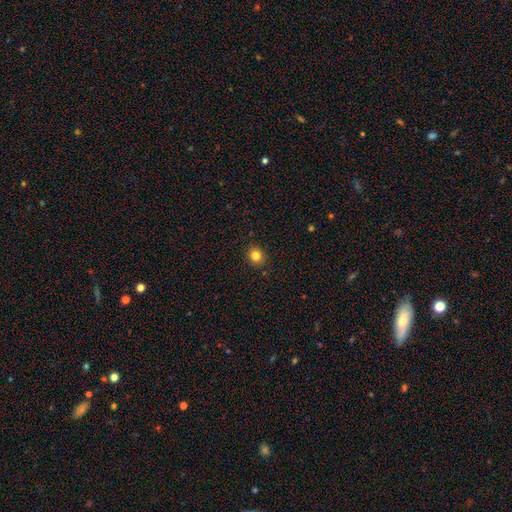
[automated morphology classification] A smooth galaxy with no disk features (82%) that is round (79%).

Vote fractions:
- Smooth or featured? smooth: 82% / star or artifact: 12% / featured or disk: 6%
- How rounded? round: 79% / in between: 20% / cigar-shaped: 1%
- Merging? none: 91% / minor disturbance: 7% / major disturbance: 2% / merger: 1%